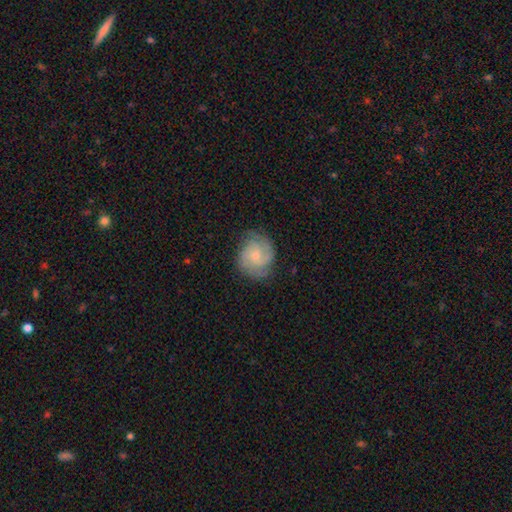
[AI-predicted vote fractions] A featured or disk galaxy (71%) with no bar (73%), 2 (41%) tight (52%) spiral arms (94%) and a small central bulge (65%). Merging: none (73%).